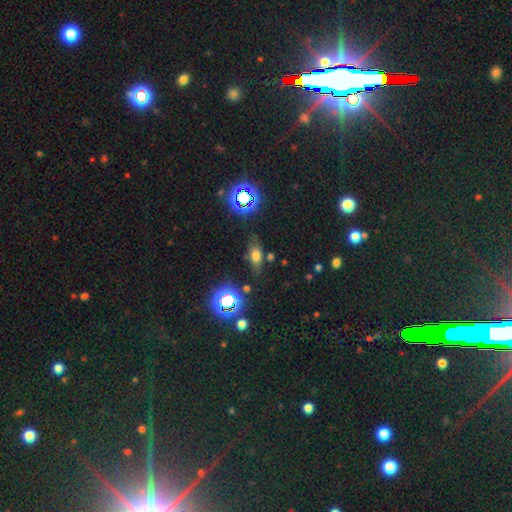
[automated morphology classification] Overall: smooth (58%; star or artifact 27%). How rounded: in between (71%). Merging: none (73%).